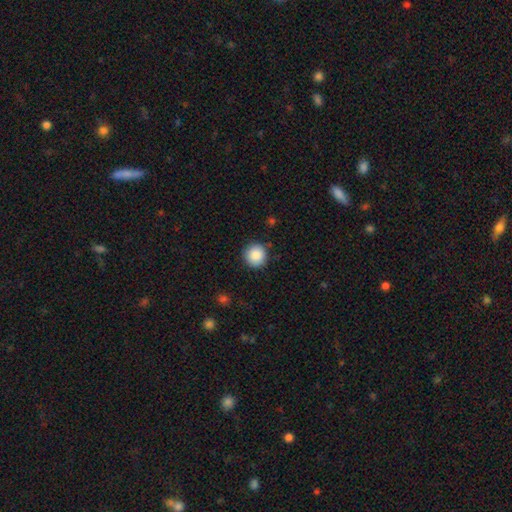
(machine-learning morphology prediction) smooth 88%, star or artifact 8%, featured or disk 3%. Down the decision tree: how rounded — round (95%); merging — none (90%).